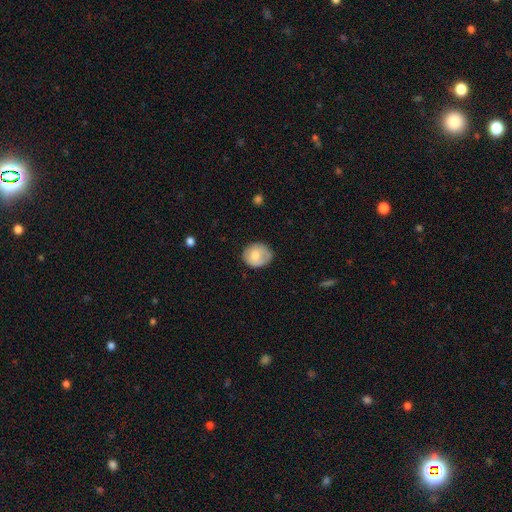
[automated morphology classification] Smooth or featured?
  - smooth: 71% *
  - featured or disk: 22%
  - star or artifact: 7%
How rounded?
  - round: 64% *
  - in between: 36%
  - cigar-shaped: 1%
Merging?
  - none: 67% *
  - minor disturbance: 25%
  - major disturbance: 6%
  - merger: 1%